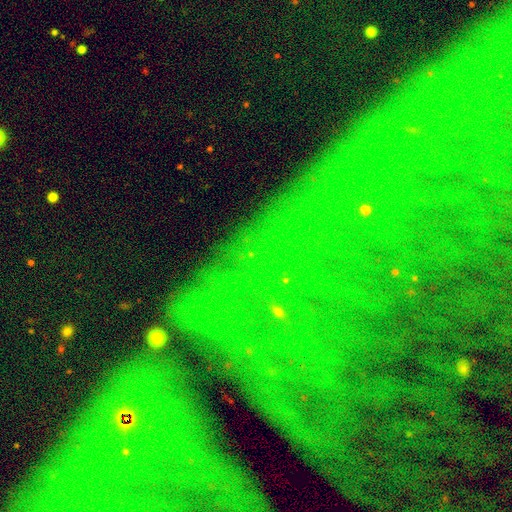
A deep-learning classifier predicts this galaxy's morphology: star or artifact 82%, featured or disk 9%, smooth 9%.